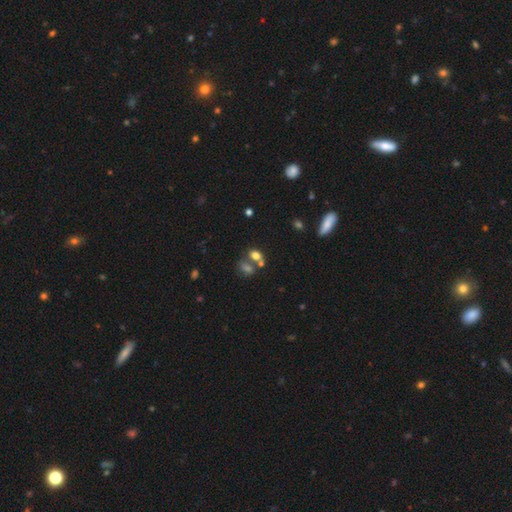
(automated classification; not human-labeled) The model was most divided on "merging": merger: 43%, none: 39%, minor disturbance: 11%, major disturbance: 6%. More confident: smooth or featured — smooth (72%); how rounded — in between (65%).